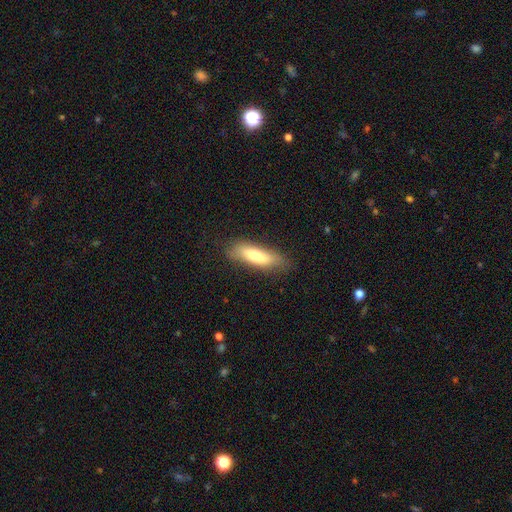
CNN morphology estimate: smooth 73%, featured or disk 21%, star or artifact 6%. Down the decision tree: how rounded — cigar-shaped (57%); merging — none (78%).